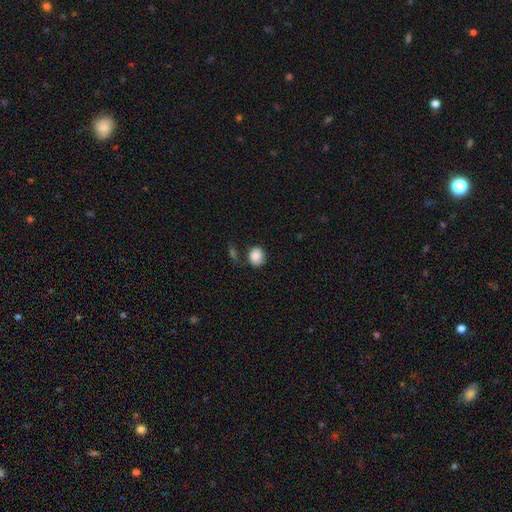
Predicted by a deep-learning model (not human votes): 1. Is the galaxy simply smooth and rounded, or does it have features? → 87% smooth, 8% star or artifact, 4% featured or disk.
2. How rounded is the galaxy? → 69% round, 30% in between, 1% cigar-shaped.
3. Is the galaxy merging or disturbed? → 68% none, 16% minor disturbance, 9% merger, 7% major disturbance.